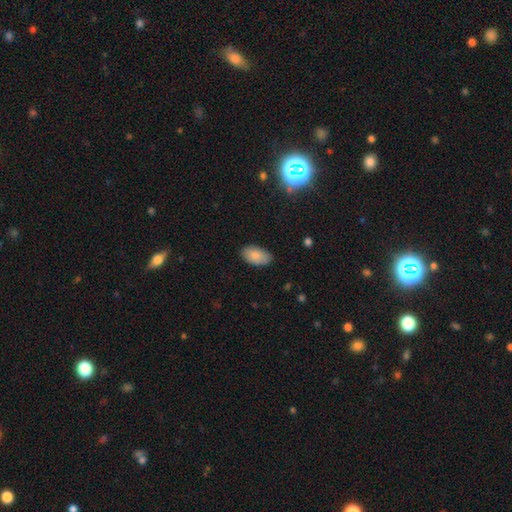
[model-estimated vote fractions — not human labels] smooth_or_featured: smooth (p=0.84) [alt: featured or disk p=0.09]
how_rounded: in between (p=0.95) [alt: round p=0.04]
merging: none (p=0.78) [alt: minor disturbance p=0.18]